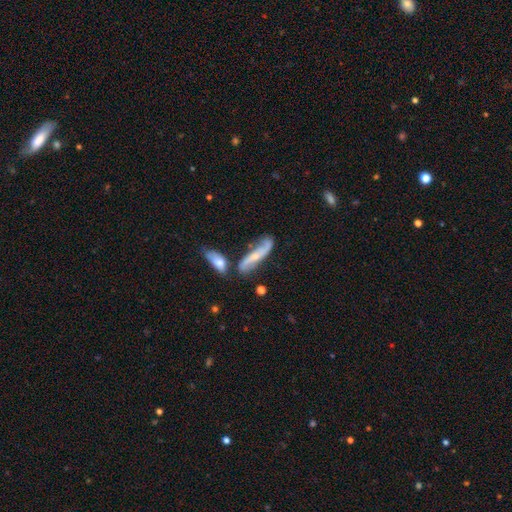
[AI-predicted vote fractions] A featured or disk galaxy (71%) with no bar (48%), spiral arms (89%) and a small central bulge (64%).

Vote fractions:
- Smooth or featured? featured or disk: 71% / smooth: 23% / star or artifact: 7%
- Edge-on disk? no: 72% / yes: 28%
- Bar? no: 48% / weak: 29% / strong: 24%
- Spiral arms? yes: 89% / no: 11%
- Bulge size? small: 64% / moderate: 26% / none: 7% / large: 2% / dominant: 1%
- Merging? none: 53% / merger: 20% / minor disturbance: 19% / major disturbance: 8%